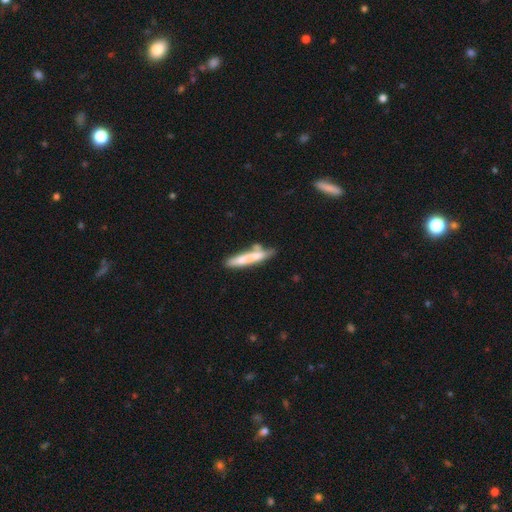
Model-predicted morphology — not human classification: Smooth or featured? Predicted: smooth (p=0.66). How rounded? Predicted: cigar-shaped (p=0.91). Merging? Predicted: none (p=0.55).